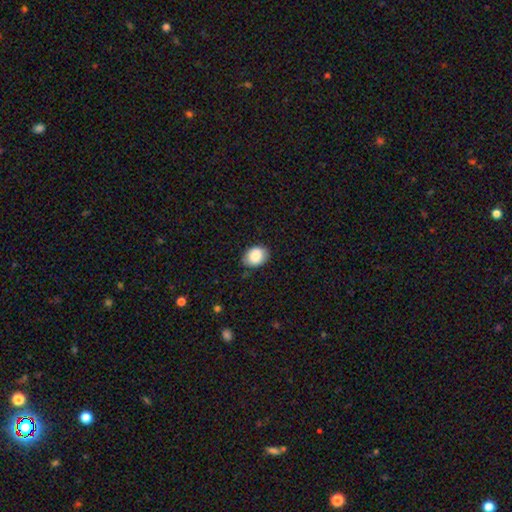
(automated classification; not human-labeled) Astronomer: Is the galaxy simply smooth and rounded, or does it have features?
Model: smooth — 85%.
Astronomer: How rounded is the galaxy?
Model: in between — 62%.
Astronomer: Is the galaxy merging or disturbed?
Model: none — 79%.